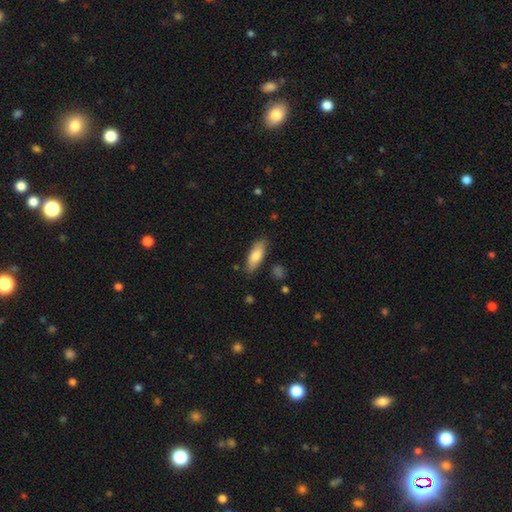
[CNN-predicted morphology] smooth 79%, featured or disk 15%, star or artifact 6%. Down the decision tree: how rounded — in between (63%); merging — none (83%).